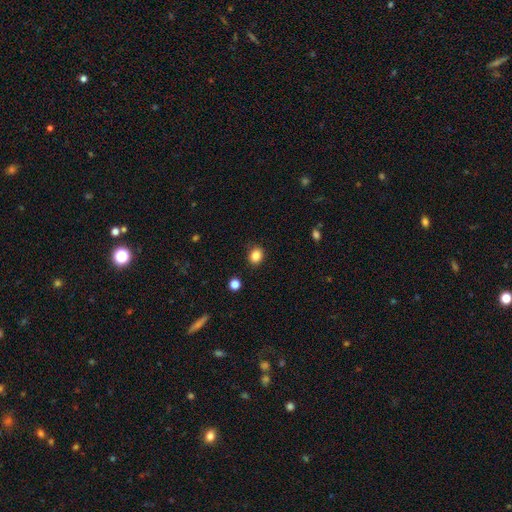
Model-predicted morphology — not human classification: The model was most divided on "how rounded": round: 55%, in between: 44%, cigar-shaped: 1%. More confident: merging — none (87%); smooth or featured — smooth (86%).